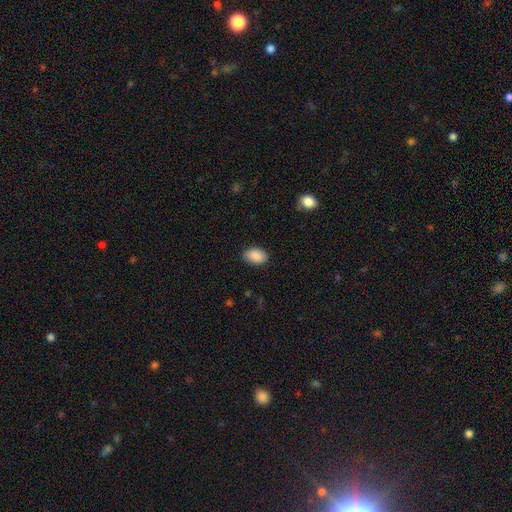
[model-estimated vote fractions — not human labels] A smooth galaxy with no disk features (90%) that is in between round and cigar-shaped (90%).

Vote fractions:
- Smooth or featured? smooth: 90% / star or artifact: 7% / featured or disk: 4%
- How rounded? in between: 90% / round: 9% / cigar-shaped: 1%
- Merging? none: 86% / minor disturbance: 11% / major disturbance: 2% / merger: 1%